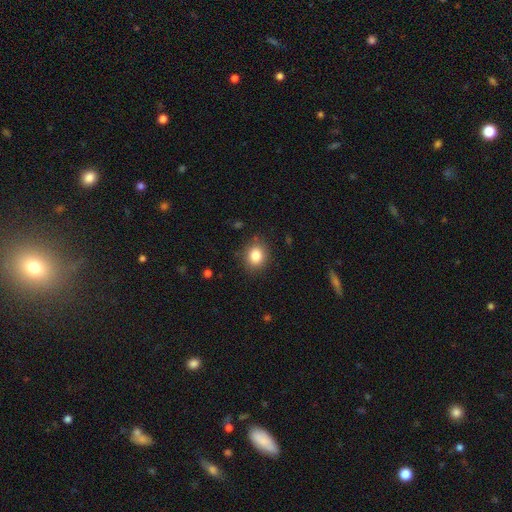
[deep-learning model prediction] This appears to be a smooth galaxy with no disk features (84%) that is round (61%). Merging: none (86%).